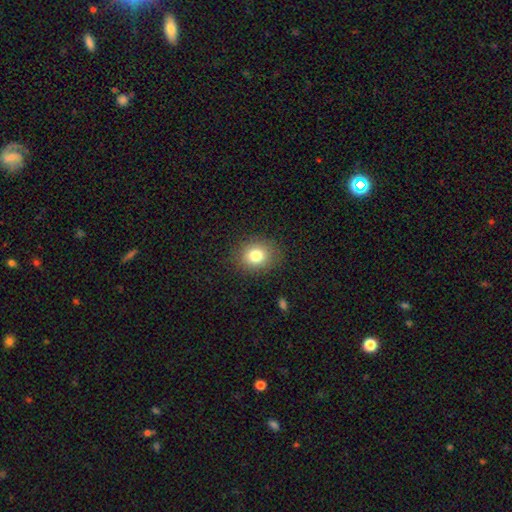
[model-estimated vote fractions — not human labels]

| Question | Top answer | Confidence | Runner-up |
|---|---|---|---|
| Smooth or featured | smooth | 80% | star or artifact (11%) |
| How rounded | round | 69% | in between (30%) |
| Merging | none | 87% | minor disturbance (9%) |